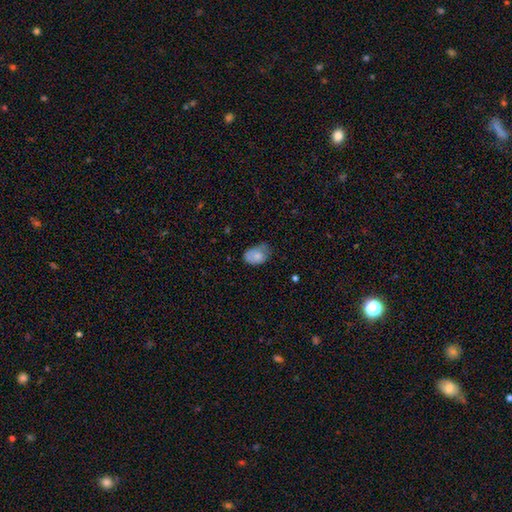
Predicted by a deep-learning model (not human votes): smooth_or_featured: smooth (p=0.80) [alt: featured or disk p=0.12]
how_rounded: in between (p=0.81) [alt: round p=0.18]
merging: minor disturbance (p=0.42) [tied with: none p=0.42]